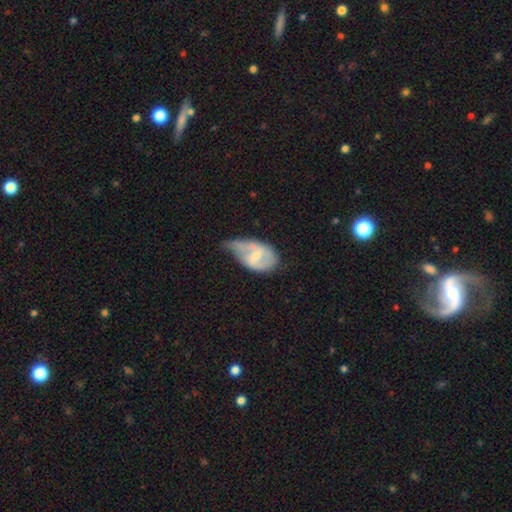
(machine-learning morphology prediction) Smooth or featured? featured or disk (57%)
Edge-on disk? no (95%)
Bar? weak (48%)
Spiral arms? yes (56%)
Bulge size? small (54%)
Merging? minor disturbance (41%)